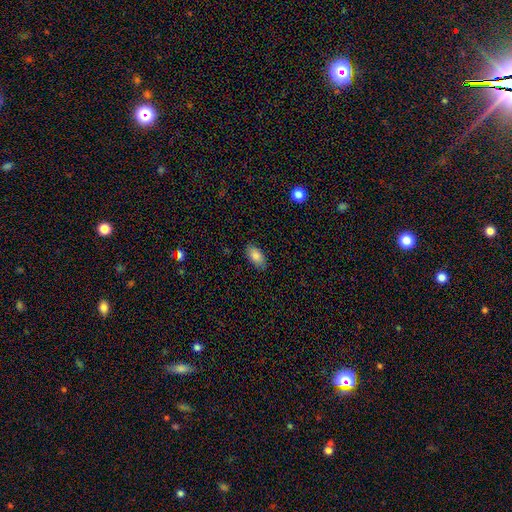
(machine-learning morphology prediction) Smooth or featured? Predicted: smooth (p=0.86). How rounded? Predicted: in between (p=0.93). Merging? Predicted: none (p=0.86).